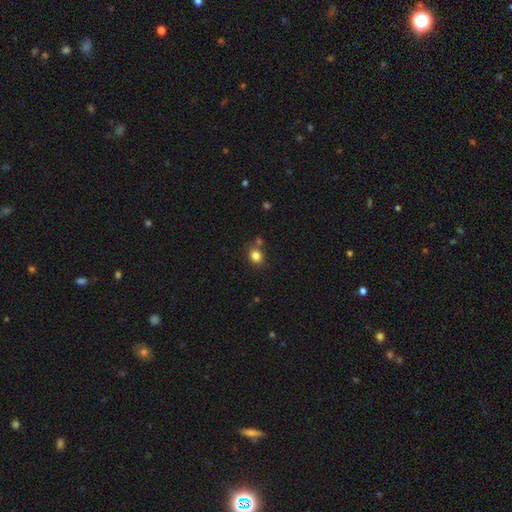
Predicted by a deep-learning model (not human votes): Q: Smooth or featured?
A: smooth (83%); runner-up: star or artifact (12%)
Q: How rounded?
A: round (67%); runner-up: in between (32%)
Q: Merging?
A: none (72%); runner-up: merger (13%)